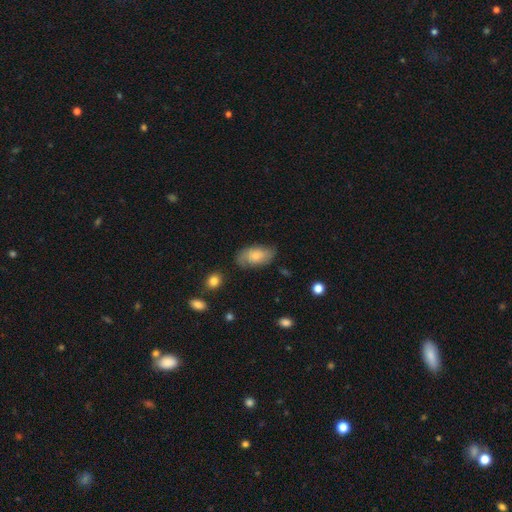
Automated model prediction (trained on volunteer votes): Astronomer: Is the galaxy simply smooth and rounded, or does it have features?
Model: smooth — 58% (runner-up: featured or disk, 35%).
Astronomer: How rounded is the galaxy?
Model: in between — 92%.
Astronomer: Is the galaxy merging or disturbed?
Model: none — 71%.